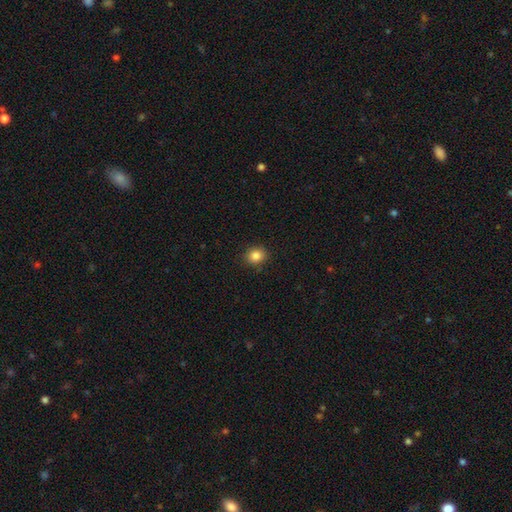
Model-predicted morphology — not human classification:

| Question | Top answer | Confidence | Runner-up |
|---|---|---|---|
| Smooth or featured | smooth | 85% | star or artifact (11%) |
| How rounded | round | 72% | in between (27%) |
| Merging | none | 88% | minor disturbance (8%) |